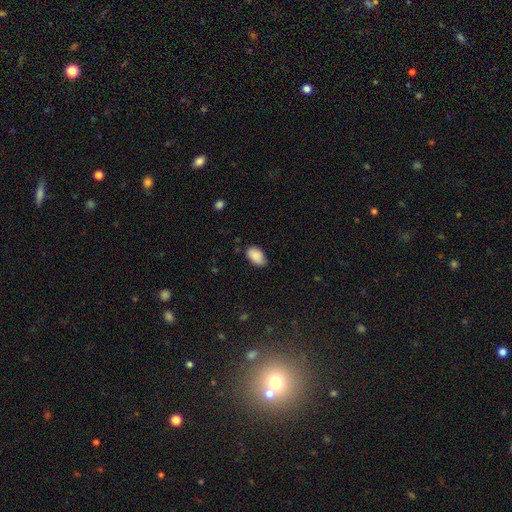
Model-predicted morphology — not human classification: This is clearly a smooth galaxy (88%). How rounded: clearly in between (92%). Merging: likely none (74%).